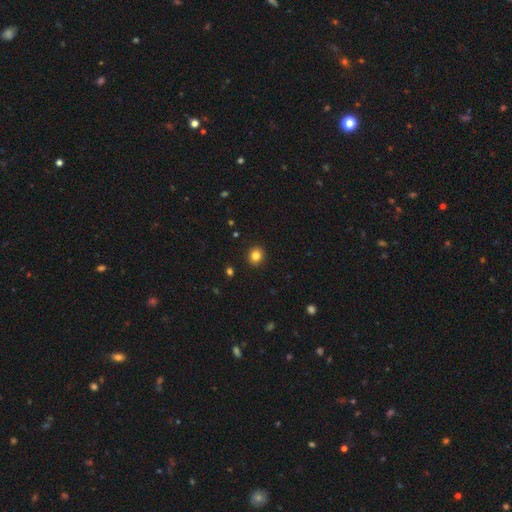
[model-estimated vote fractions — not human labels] A smooth galaxy with no disk features (84%) that is round (85%).

Vote fractions:
- Smooth or featured? smooth: 84% / star or artifact: 11% / featured or disk: 5%
- How rounded? round: 85% / in between: 14% / cigar-shaped: 1%
- Merging? none: 92% / minor disturbance: 5% / major disturbance: 2% / merger: 1%